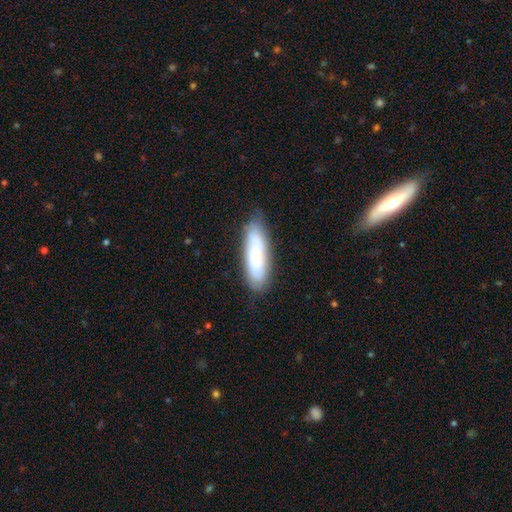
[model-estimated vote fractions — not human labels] Smooth or featured? Predicted: smooth (p=0.50). Merging? Predicted: none (p=0.77).